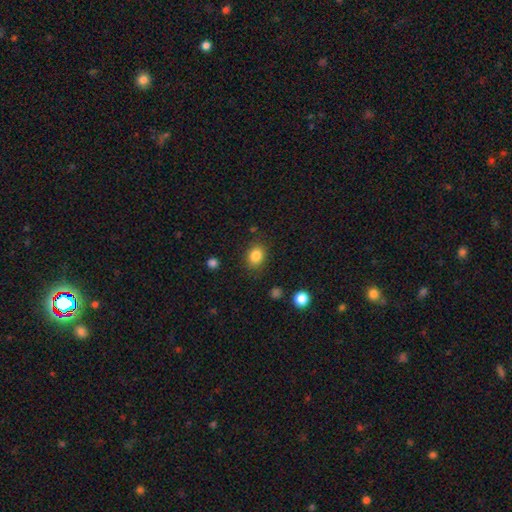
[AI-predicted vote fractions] A smooth galaxy with no disk features (84%) that is in between round and cigar-shaped (50%). Merging: none (84%).